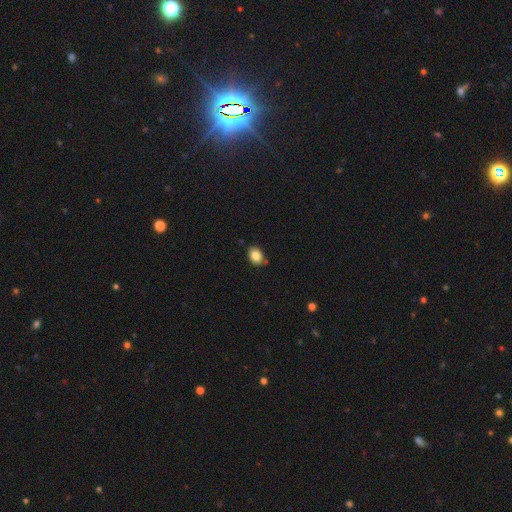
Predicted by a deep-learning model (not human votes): Smooth or featured?
  - smooth: 86% *
  - star or artifact: 9%
  - featured or disk: 6%
How rounded?
  - in between: 71% *
  - round: 27%
  - cigar-shaped: 1%
Merging?
  - none: 79% *
  - minor disturbance: 15%
  - merger: 4%
  - major disturbance: 3%